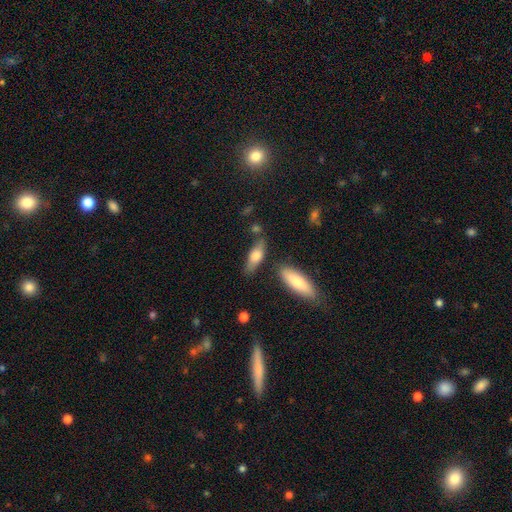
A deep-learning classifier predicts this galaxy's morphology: smooth-or-featured: smooth: 68% | featured or disk: 25% | star or artifact: 7%
  how-rounded: in between: 64% | cigar-shaped: 33% | round: 3%
  merging: none: 68% | minor disturbance: 18% | merger: 9% | major disturbance: 5%